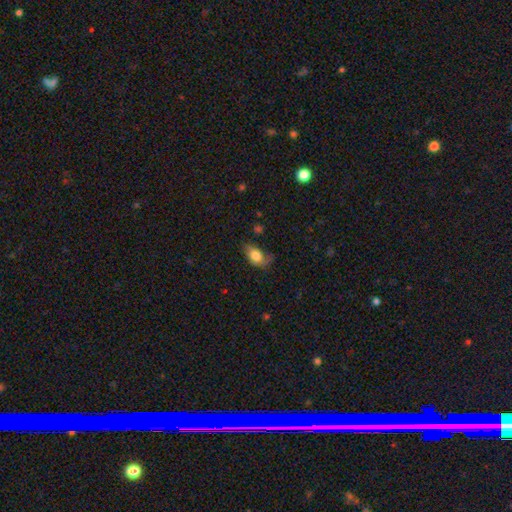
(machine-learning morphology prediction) A smooth galaxy with no disk features (73%) that is in between round and cigar-shaped (85%).

Vote fractions:
- Smooth or featured? smooth: 73% / featured or disk: 19% / star or artifact: 8%
- How rounded? in between: 85% / round: 12% / cigar-shaped: 2%
- Merging? none: 44% / minor disturbance: 34% / major disturbance: 20% / merger: 2%